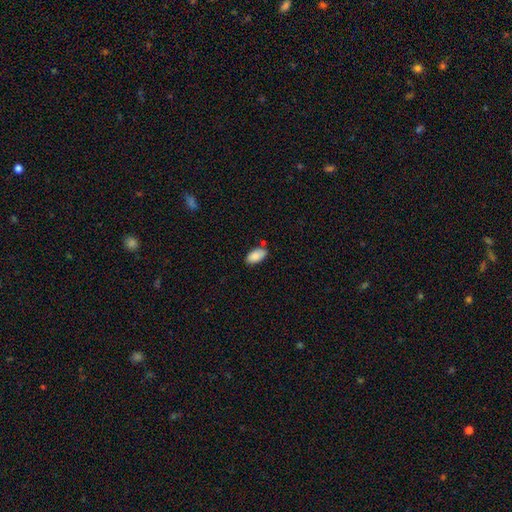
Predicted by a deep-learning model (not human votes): Smooth or featured: smooth — 88% (star or artifact — 7%)
How rounded: in between — 95% (cigar-shaped — 3%)
Merging: none — 73% (minor disturbance — 18%)